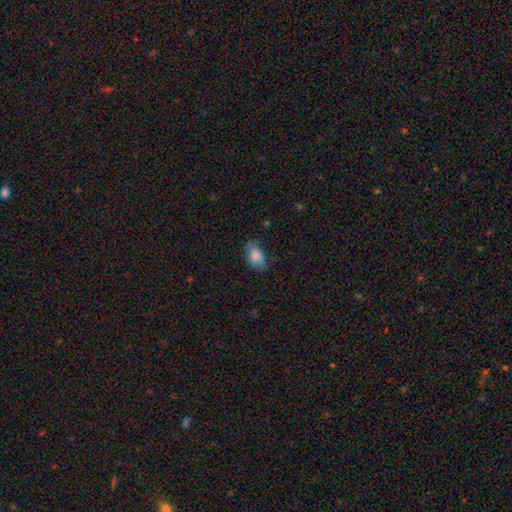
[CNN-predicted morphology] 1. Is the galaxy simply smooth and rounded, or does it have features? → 82% smooth, 10% featured or disk, 8% star or artifact.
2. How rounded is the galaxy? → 86% in between, 13% round, 2% cigar-shaped.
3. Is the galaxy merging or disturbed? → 65% none, 26% minor disturbance, 7% major disturbance, 2% merger.